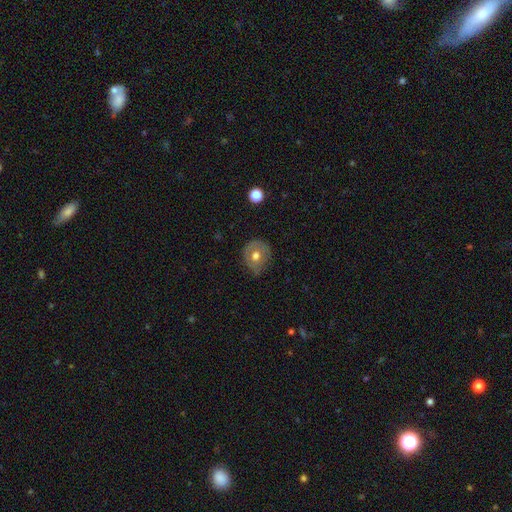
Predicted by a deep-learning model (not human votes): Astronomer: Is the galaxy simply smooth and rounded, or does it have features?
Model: smooth — 57% (runner-up: featured or disk, 34%).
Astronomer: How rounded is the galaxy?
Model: round — 82%.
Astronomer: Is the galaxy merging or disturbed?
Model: none — 62%.